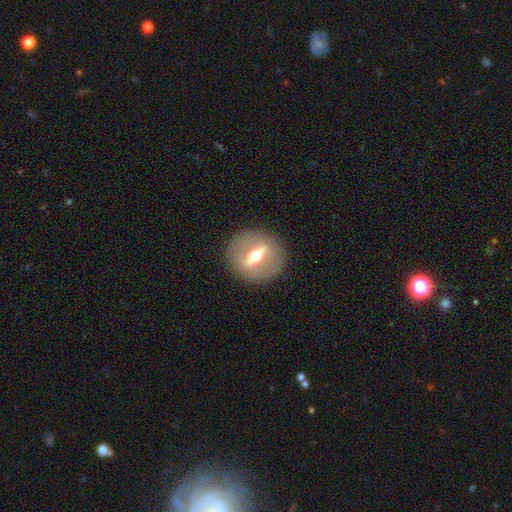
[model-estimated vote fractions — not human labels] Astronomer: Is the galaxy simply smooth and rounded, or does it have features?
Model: featured or disk — 71%.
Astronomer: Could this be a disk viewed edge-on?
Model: no — 54% (runner-up: yes, 46%).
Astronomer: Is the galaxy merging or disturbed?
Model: none — 88%.